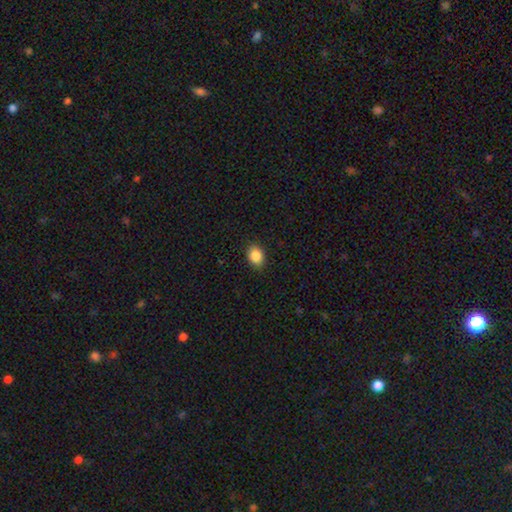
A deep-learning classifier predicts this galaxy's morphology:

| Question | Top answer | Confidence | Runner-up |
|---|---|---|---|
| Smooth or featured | smooth | 87% | star or artifact (9%) |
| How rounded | in between | 66% | round (33%) |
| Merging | none | 88% | minor disturbance (9%) |